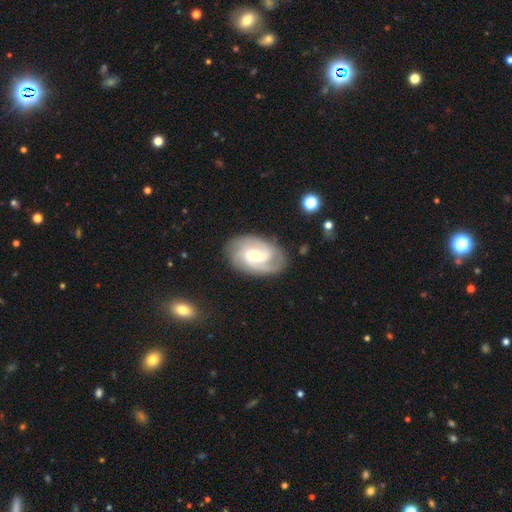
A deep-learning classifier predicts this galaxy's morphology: This is clearly a featured or disk galaxy (86%). It is clearly not viewed edge-on (97%). Bar: possibly weak (47%). Spiral arm pattern: clearly yes (97%). Spiral arm count: marginally 3 (38%). Spiral winding: possibly tight (47%). Central bulge: possibly moderate (48%, tied with small). Merging: clearly none (81%).